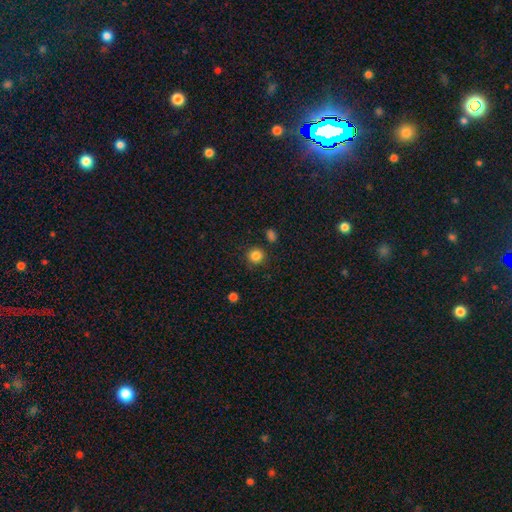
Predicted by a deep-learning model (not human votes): Smooth or featured? Predicted: smooth (p=0.85). How rounded? Predicted: round (p=0.92). Merging? Predicted: none (p=0.84).